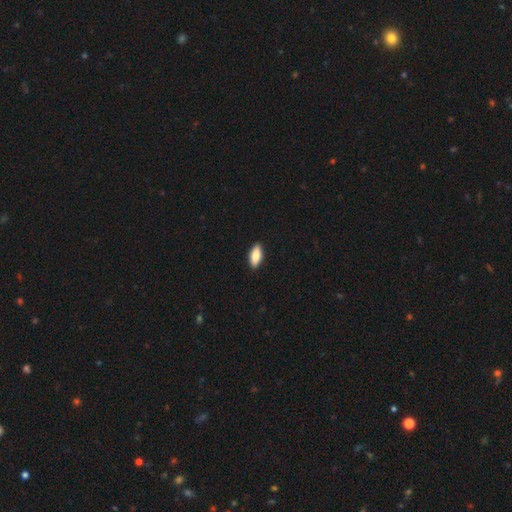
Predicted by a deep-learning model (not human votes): A smooth galaxy with no disk features (84%) that is in between round and cigar-shaped (80%).

Vote fractions:
- Smooth or featured? smooth: 84% / featured or disk: 10% / star or artifact: 6%
- How rounded? in between: 80% / cigar-shaped: 17% / round: 2%
- Merging? none: 91% / minor disturbance: 7% / major disturbance: 1% / merger: 1%